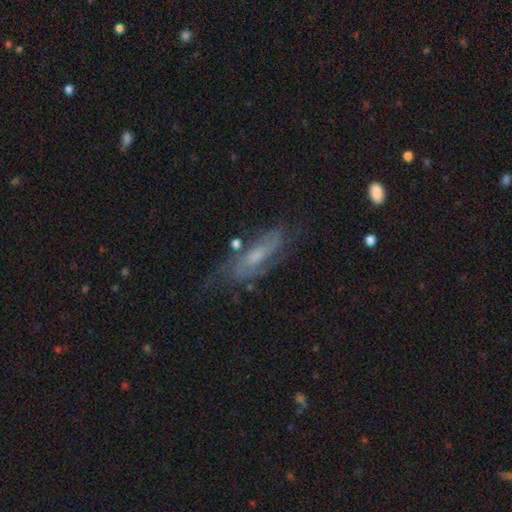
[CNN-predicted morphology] Smooth or featured?
  - featured or disk: 70% *
  - smooth: 21%
  - star or artifact: 9%
Edge-on disk?
  - no: 82% *
  - yes: 18%
Bar?
  - no: 54% *
  - weak: 38%
  - strong: 8%
Spiral arms?
  - yes: 85% *
  - no: 15%
Bulge size?
  - small: 43% *
  - moderate: 39%
  - none: 12%
  - large: 5%
  - dominant: 1%
Merging?
  - none: 61% *
  - minor disturbance: 22%
  - major disturbance: 14%
  - merger: 4%